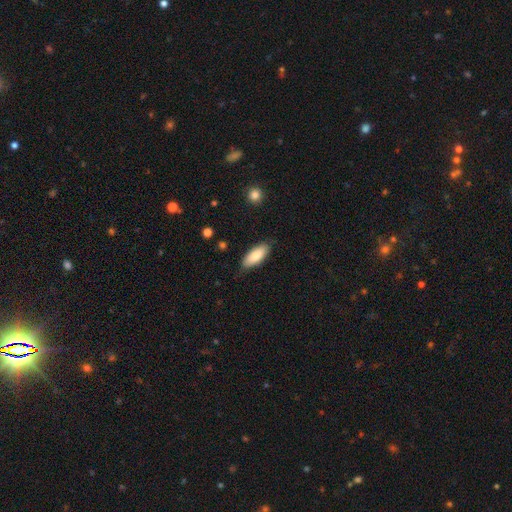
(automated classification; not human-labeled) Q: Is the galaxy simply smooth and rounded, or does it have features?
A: smooth — 81%.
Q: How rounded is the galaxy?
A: in between — 76%.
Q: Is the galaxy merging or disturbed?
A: none — 81%.